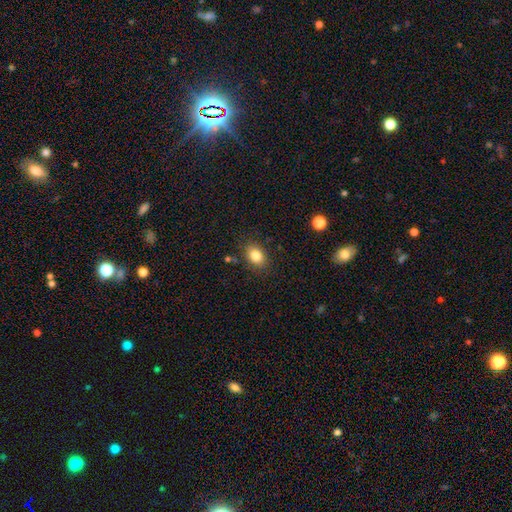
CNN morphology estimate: Smooth or featured?
  - smooth: 83% *
  - star or artifact: 10%
  - featured or disk: 7%
How rounded?
  - in between: 66% *
  - round: 33%
  - cigar-shaped: 1%
Merging?
  - none: 83% *
  - minor disturbance: 11%
  - major disturbance: 3%
  - merger: 2%